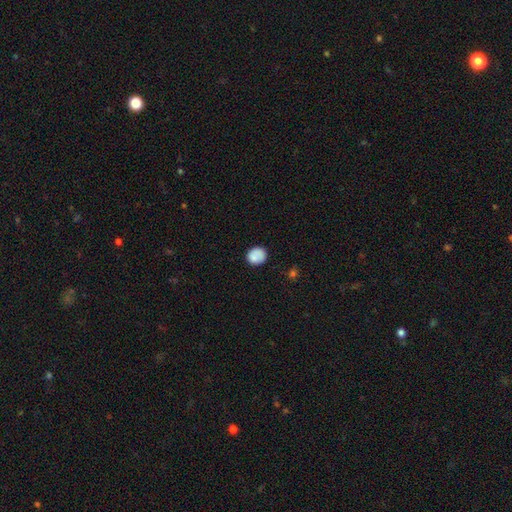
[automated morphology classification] This appears to be a smooth galaxy with no disk features (85%) that is round (82%). Merging: none (79%).